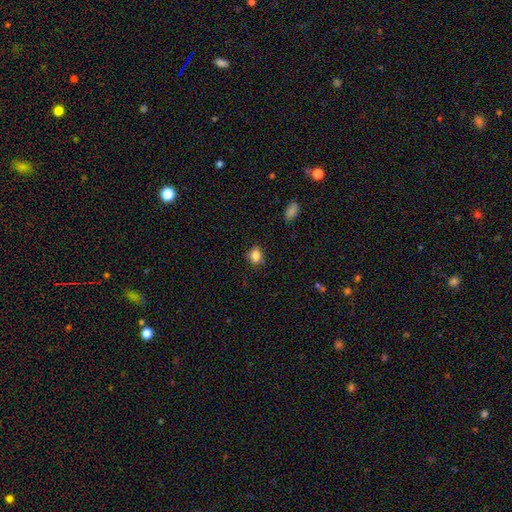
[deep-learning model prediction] A smooth galaxy with no disk features (84%) that is in between round and cigar-shaped (57%). Merging: none (79%).